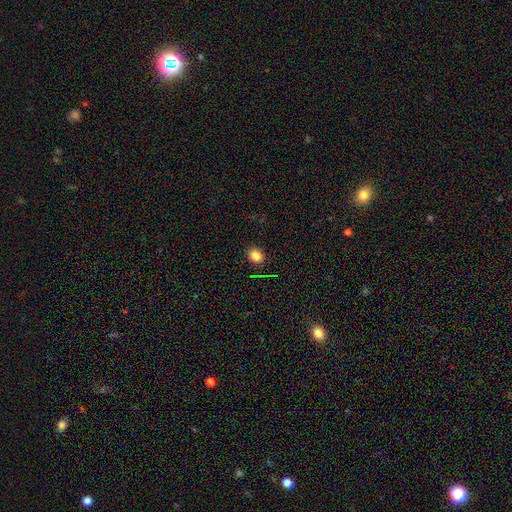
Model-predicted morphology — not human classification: This is clearly a smooth galaxy (82%). How rounded: possibly round (60%). Merging: clearly none (89%).